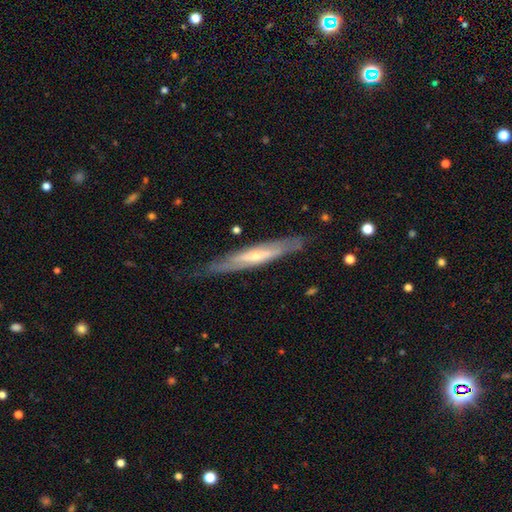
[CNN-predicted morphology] type=featured or disk (68%); edge-on=yes (73%); merging=none (75%).